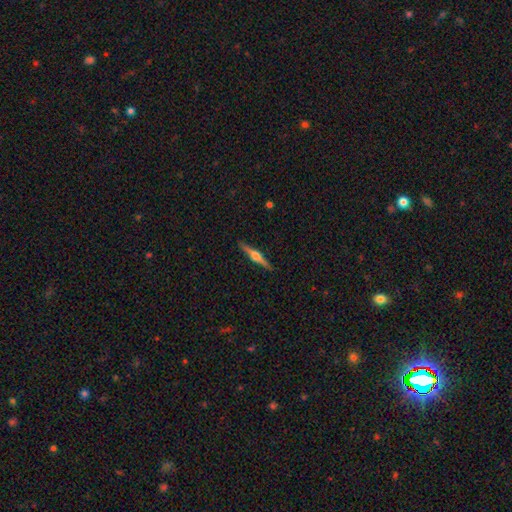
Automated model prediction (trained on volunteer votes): Smooth or featured: featured or disk — 80% (smooth — 15%)
Edge-on disk: yes — 98% (no — 2%)
Edge-on bulge: rounded — 93% (boxy — 5%)
Merging: none — 92% (minor disturbance — 6%)